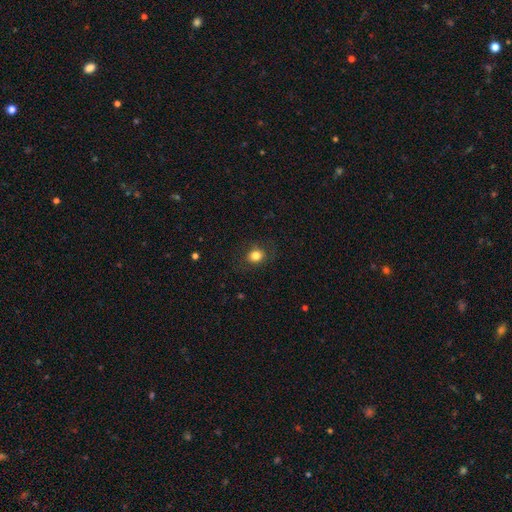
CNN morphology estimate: This is clearly a smooth galaxy (82%). How rounded: likely round (67%). Merging: clearly none (81%).